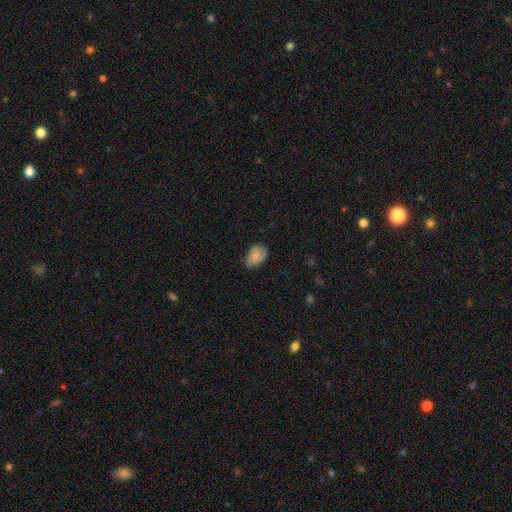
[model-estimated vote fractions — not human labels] smooth_or_featured: smooth (p=0.85) [alt: featured or disk p=0.08]
how_rounded: in between (p=0.87) [alt: round p=0.12]
merging: none (p=0.71) [alt: minor disturbance p=0.24]